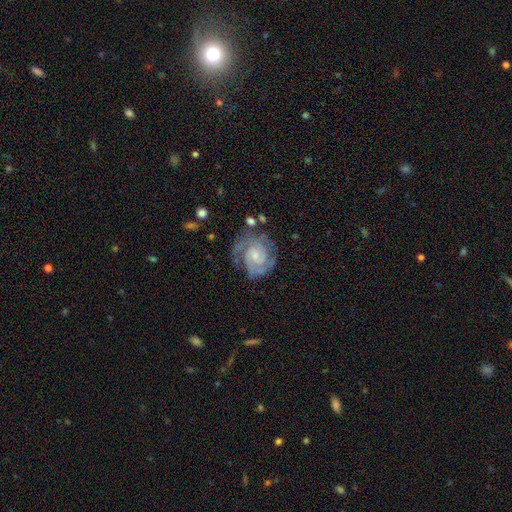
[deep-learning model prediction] smooth-or-featured: featured or disk: 90% | smooth: 6% | star or artifact: 5%
  disk-edge-on: no: 98% | yes: 2%
    bar: weak: 45% (tied) | no: 45% (tied) | strong: 11%
    has-spiral-arms: yes: 98% | no: 2%
      spiral-winding: tight: 65% | medium: 30% | loose: 4%
      spiral-arm-count: 2: 63% | 3: 17% | can't tell: 10% | 4: 4% | 1: 3% | more than 4: 3%
    bulge-size: small: 61% | moderate: 28% | none: 8% | large: 2% | dominant: 1%
  merging: none: 68% | minor disturbance: 20% | major disturbance: 9% | merger: 3%